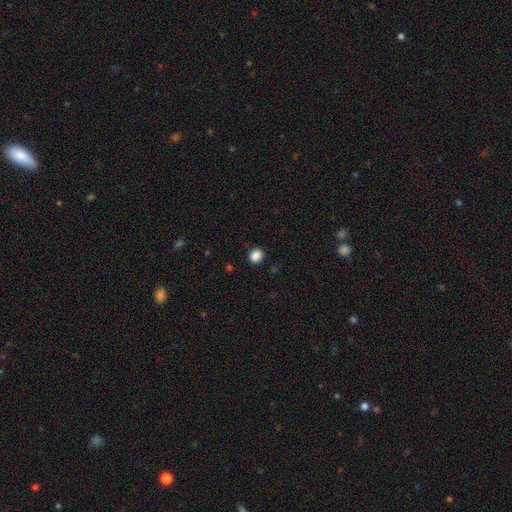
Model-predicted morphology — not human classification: Smooth or featured? Predicted: smooth (p=0.88). How rounded? Predicted: round (p=0.63). Merging? Predicted: none (p=0.89).